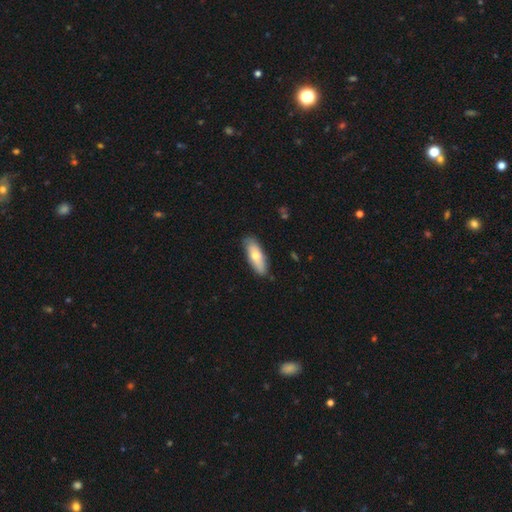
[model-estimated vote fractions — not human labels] Overall: smooth (64%; featured or disk 30%). How rounded: in between (64%; cigar-shaped 33%). Merging: none (79%).